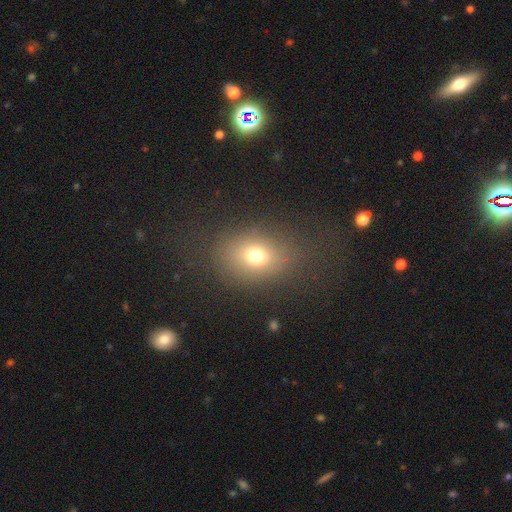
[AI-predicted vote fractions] A smooth galaxy with no disk features (73%) that is in between round and cigar-shaped (60%). Merging: none (77%).